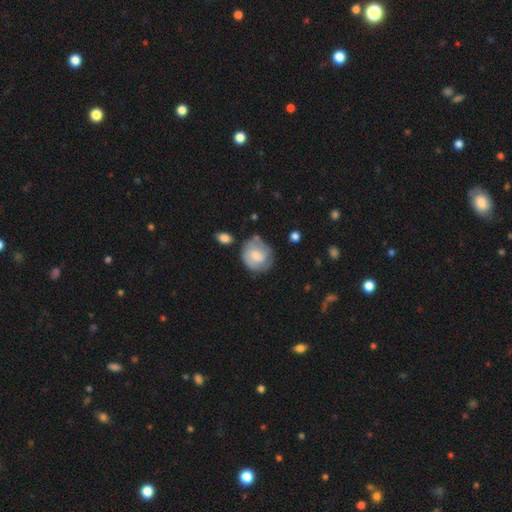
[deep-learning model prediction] Q: Smooth or featured?
A: smooth (53%); runner-up: featured or disk (41%)
Q: How rounded?
A: round (78%); runner-up: in between (21%)
Q: Merging?
A: none (61%); runner-up: minor disturbance (24%)